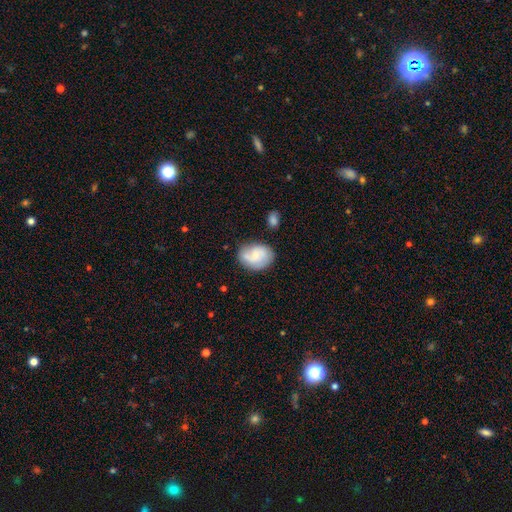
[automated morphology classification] smooth 52%, featured or disk 41%, star or artifact 7%. Down the decision tree: how rounded — in between (63%); merging — none (65%).